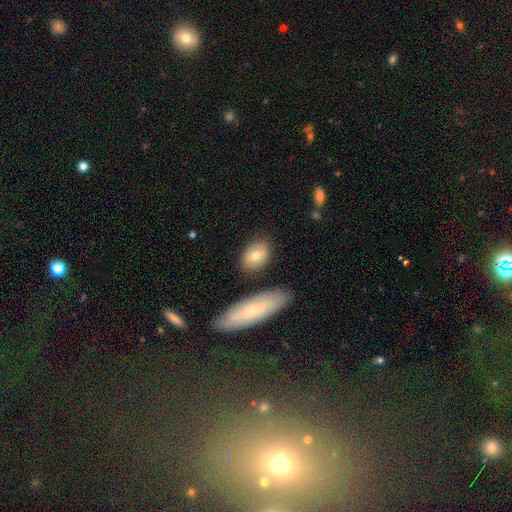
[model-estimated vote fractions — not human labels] A smooth galaxy with no disk features (76%) that is in between round and cigar-shaped (75%).

Vote fractions:
- Smooth or featured? smooth: 76% / featured or disk: 17% / star or artifact: 7%
- How rounded? in between: 75% / round: 22% / cigar-shaped: 3%
- Merging? none: 80% / minor disturbance: 11% / merger: 6% / major disturbance: 3%